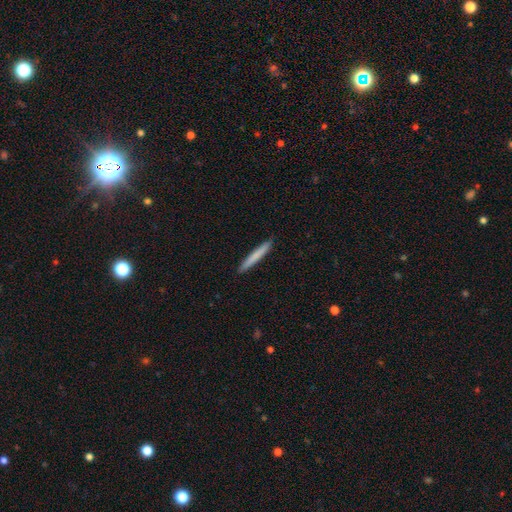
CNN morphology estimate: Smooth or featured? Predicted: smooth (p=0.75). How rounded? Predicted: cigar-shaped (p=0.97). Merging? Predicted: none (p=0.92).